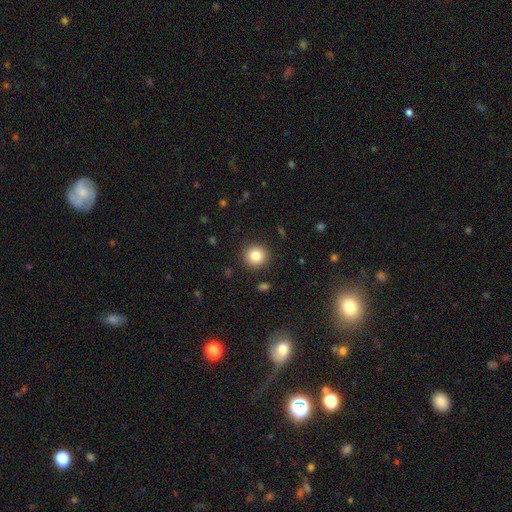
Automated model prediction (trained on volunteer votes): This appears to be a smooth galaxy with no disk features (84%) that is round (93%). Merging: none (91%).